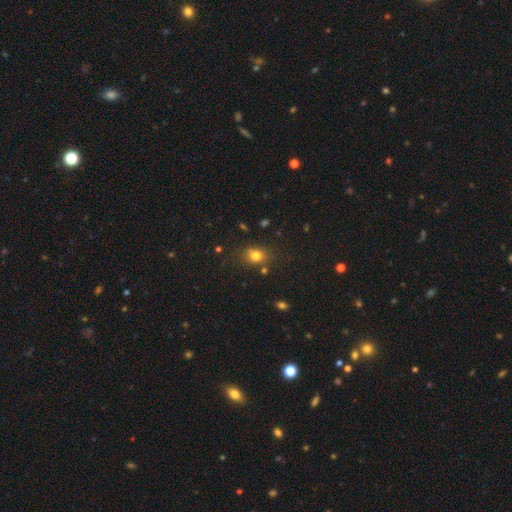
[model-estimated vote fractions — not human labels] Smooth or featured? smooth (78%)
How rounded? round (55%)
Merging? none (75%)